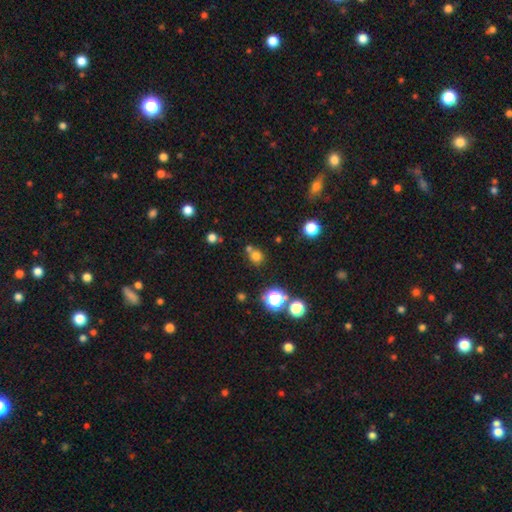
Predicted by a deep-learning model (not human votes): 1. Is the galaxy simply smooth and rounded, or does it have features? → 71% smooth, 22% star or artifact, 7% featured or disk.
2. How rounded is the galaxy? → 86% round, 13% in between, 1% cigar-shaped.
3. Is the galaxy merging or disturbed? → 66% none, 21% merger, 9% minor disturbance, 4% major disturbance.